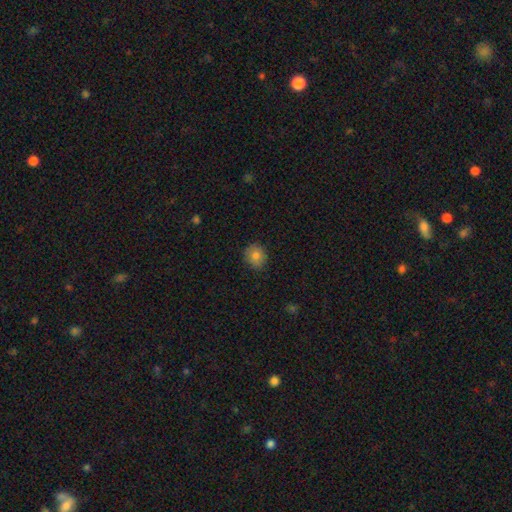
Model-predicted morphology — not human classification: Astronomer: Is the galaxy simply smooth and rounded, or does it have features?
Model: smooth — 81%.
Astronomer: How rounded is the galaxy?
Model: round — 77%.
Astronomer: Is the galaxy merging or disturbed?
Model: none — 86%.